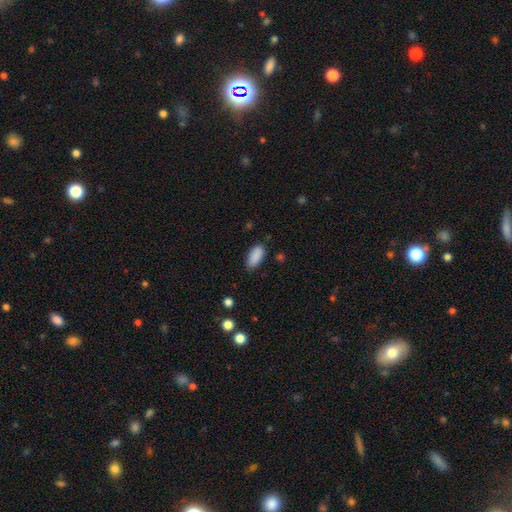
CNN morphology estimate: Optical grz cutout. It shows a smooth galaxy with no disk features (89%) that is in between round and cigar-shaped (89%). Merging: none (83%).